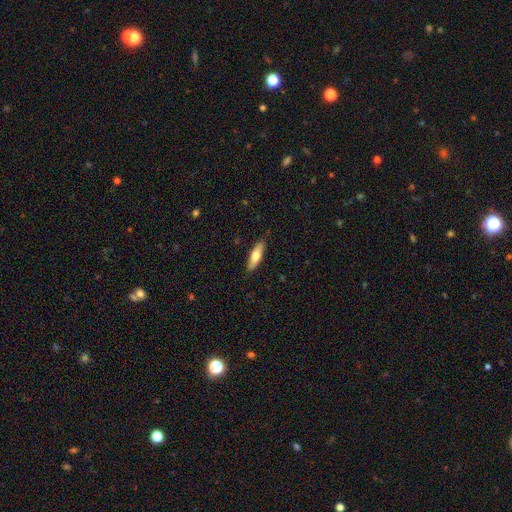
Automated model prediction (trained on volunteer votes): This appears to be a smooth galaxy with no disk features (67%) that is cigar-shaped (53%). Merging: none (85%).